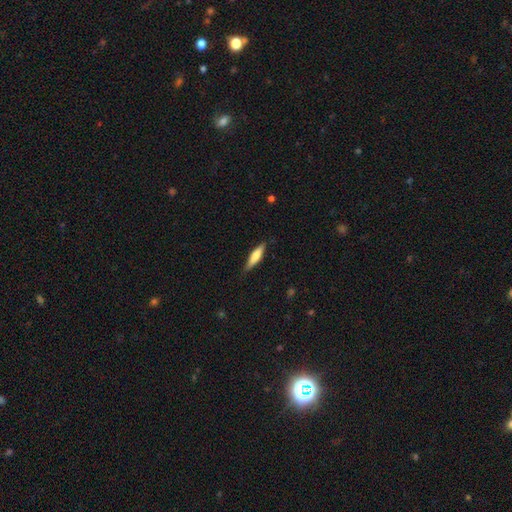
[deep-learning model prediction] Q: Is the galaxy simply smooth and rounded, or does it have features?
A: smooth — 64%.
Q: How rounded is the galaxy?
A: cigar-shaped — 77%.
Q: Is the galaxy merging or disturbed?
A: none — 83%.